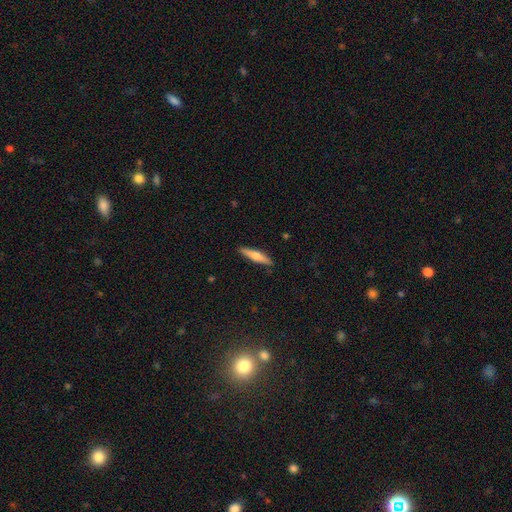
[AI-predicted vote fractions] A smooth galaxy with no disk features (53%) that is cigar-shaped (87%).

Vote fractions:
- Smooth or featured? smooth: 53% / featured or disk: 42% / star or artifact: 6%
- How rounded? cigar-shaped: 87% / in between: 12% / round: 2%
- Merging? none: 91% / minor disturbance: 7% / major disturbance: 2% / merger: 1%